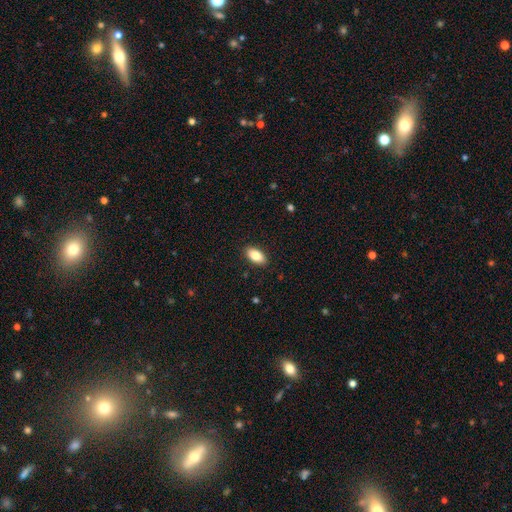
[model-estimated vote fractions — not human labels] smooth-or-featured: smooth: 83% | featured or disk: 10% | star or artifact: 7%
  how-rounded: in between: 92% | cigar-shaped: 5% | round: 3%
  merging: none: 89% | minor disturbance: 8% | major disturbance: 2% | merger: 1%